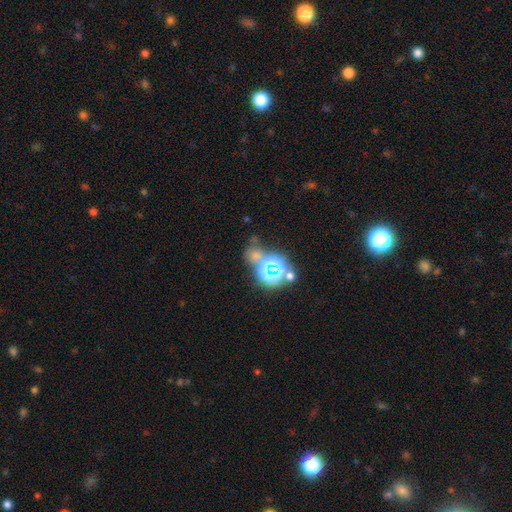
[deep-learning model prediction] smooth_or_featured: star or artifact (p=0.51) [alt: smooth p=0.39]